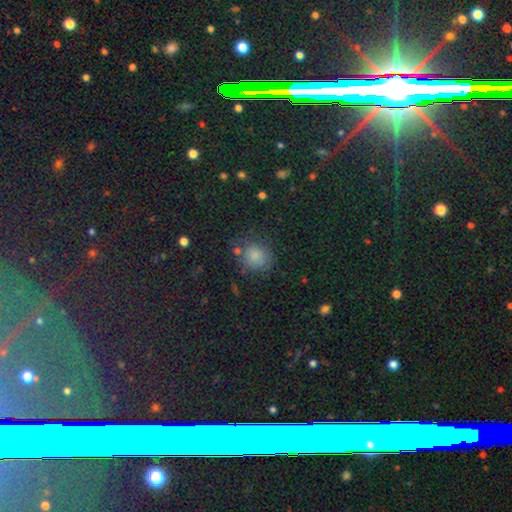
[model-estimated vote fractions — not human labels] A smooth galaxy with no disk features (67%) that is round (77%).

Vote fractions:
- Smooth or featured? smooth: 67% / star or artifact: 26% / featured or disk: 7%
- How rounded? round: 77% / in between: 21% / cigar-shaped: 2%
- Merging? none: 78% / minor disturbance: 14% / major disturbance: 4% / merger: 4%